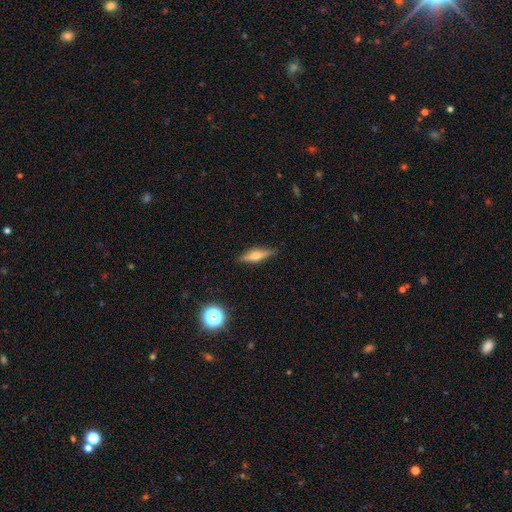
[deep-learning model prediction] smooth_or_featured: featured or disk (p=0.52) [alt: smooth p=0.40]
disk_edge_on: yes (p=0.94) [alt: no p=0.06]
merging: none (p=0.88) [alt: minor disturbance p=0.09]